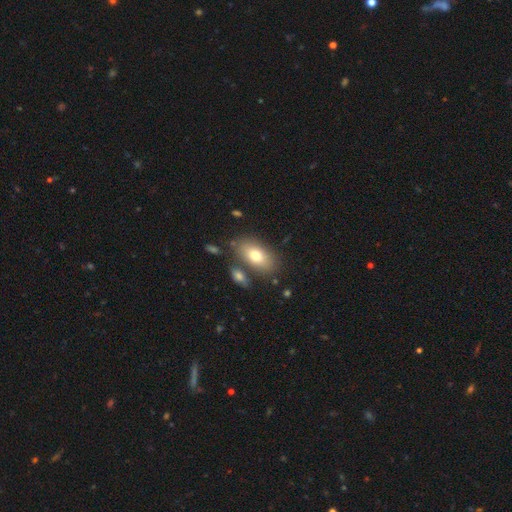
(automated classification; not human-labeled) Smooth or featured? smooth (75%)
How rounded? in between (91%)
Merging? none (74%)